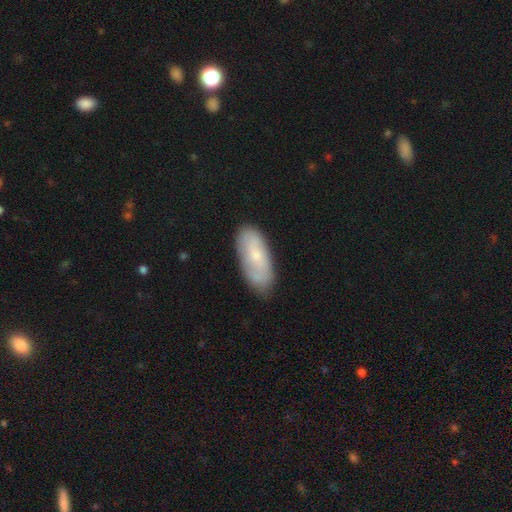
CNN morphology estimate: A smooth galaxy with no disk features (56%) that is in between round and cigar-shaped (82%).

Vote fractions:
- Smooth or featured? smooth: 56% / featured or disk: 37% / star or artifact: 7%
- How rounded? in between: 82% / cigar-shaped: 16% / round: 2%
- Merging? none: 76% / minor disturbance: 19% / major disturbance: 4% / merger: 2%